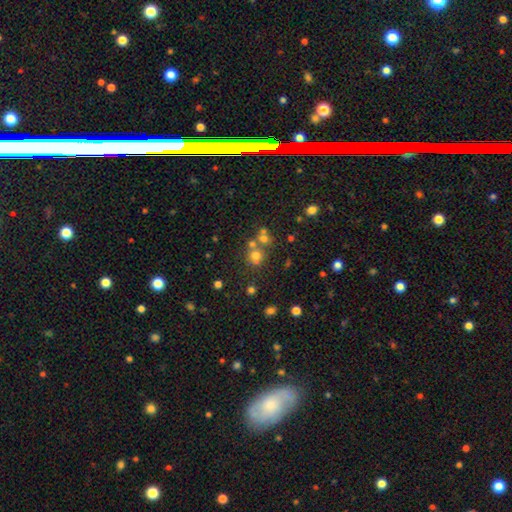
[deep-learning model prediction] The model was most divided on "merging": none: 56%, merger: 32%, minor disturbance: 8%, major disturbance: 4%. More confident: how rounded — round (86%); smooth or featured — smooth (64%).